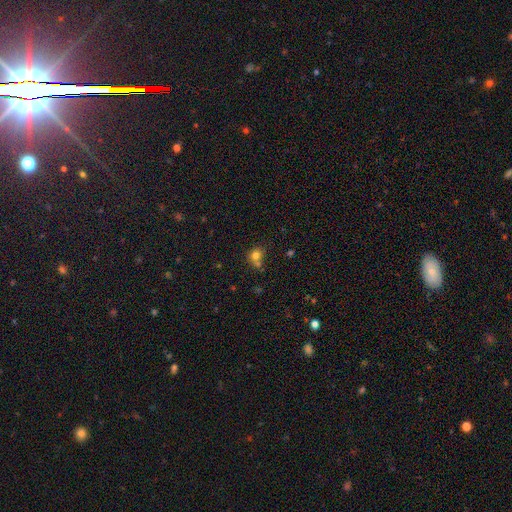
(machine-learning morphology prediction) smooth-or-featured: smooth: 76% | star or artifact: 14% | featured or disk: 9%
  how-rounded: round: 77% | in between: 22% | cigar-shaped: 1%
  merging: none: 51% | merger: 30% | minor disturbance: 14% | major disturbance: 5%